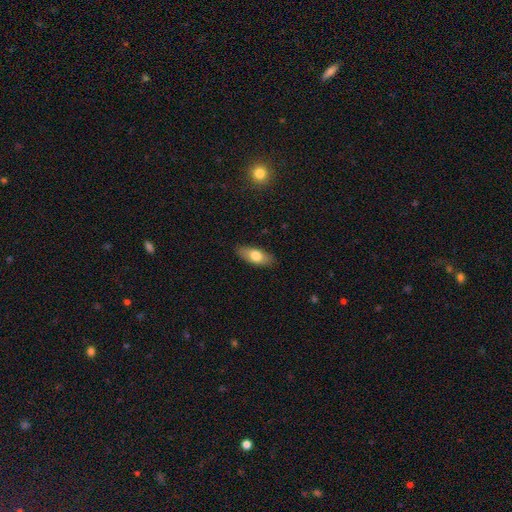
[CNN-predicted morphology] Q: Smooth or featured?
A: smooth (73%); runner-up: featured or disk (21%)
Q: How rounded?
A: in between (80%); runner-up: cigar-shaped (17%)
Q: Merging?
A: none (87%); runner-up: minor disturbance (10%)